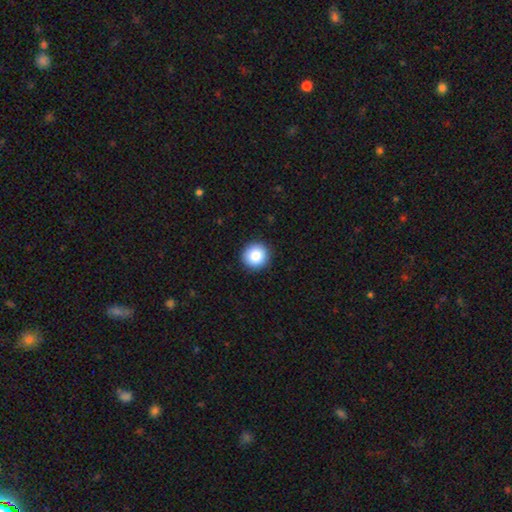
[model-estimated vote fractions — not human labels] Smooth or featured: smooth — 85% (star or artifact — 9%)
How rounded: round — 95% (in between — 4%)
Merging: none — 93% (minor disturbance — 5%)